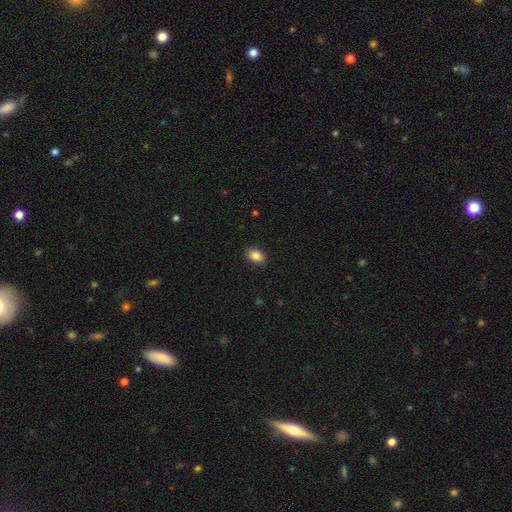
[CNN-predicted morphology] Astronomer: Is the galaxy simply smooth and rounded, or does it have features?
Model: smooth — 87%.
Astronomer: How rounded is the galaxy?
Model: in between — 87%.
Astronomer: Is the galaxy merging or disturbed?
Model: none — 88%.